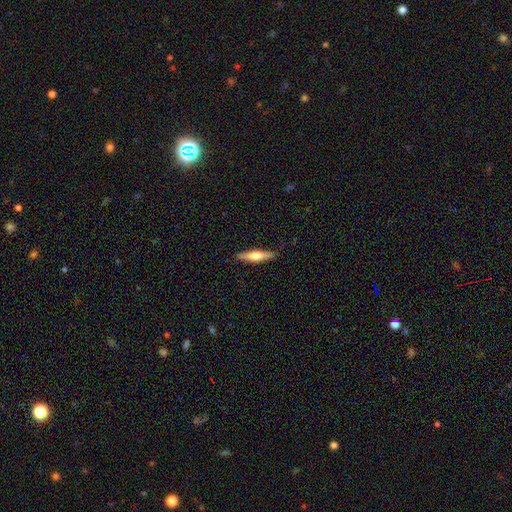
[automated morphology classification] smooth_or_featured: featured or disk (p=0.52) [alt: smooth p=0.43]
disk_edge_on: yes (p=0.96) [alt: no p=0.04]
merging: none (p=0.89) [alt: minor disturbance p=0.08]